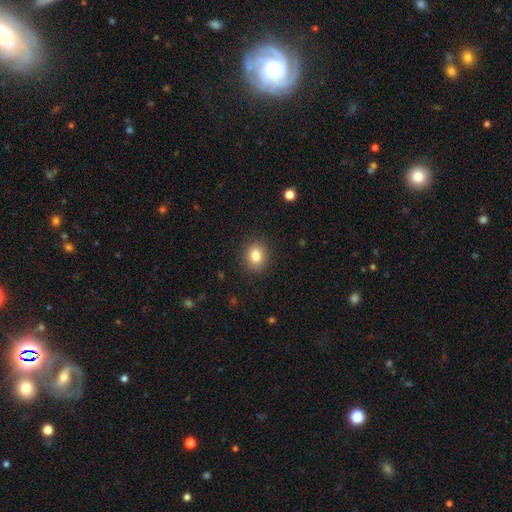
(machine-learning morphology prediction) smooth-or-featured: smooth: 82% | star or artifact: 10% | featured or disk: 7%
  how-rounded: round: 65% | in between: 34% | cigar-shaped: 1%
  merging: none: 89% | minor disturbance: 7% | major disturbance: 2% | merger: 1%